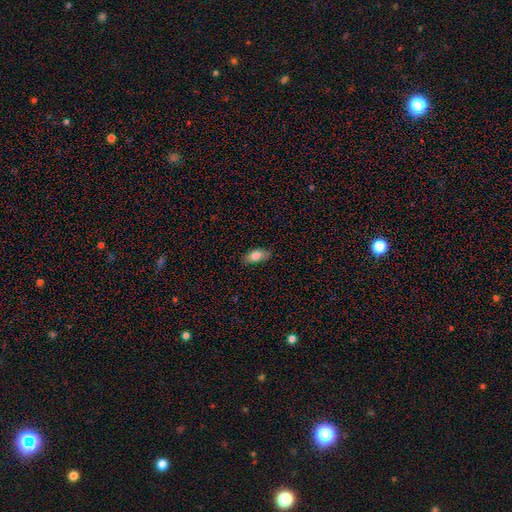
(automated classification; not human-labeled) Smooth or featured: smooth — 81% (featured or disk — 12%)
How rounded: in between — 89% (cigar-shaped — 7%)
Merging: none — 83% (minor disturbance — 14%)